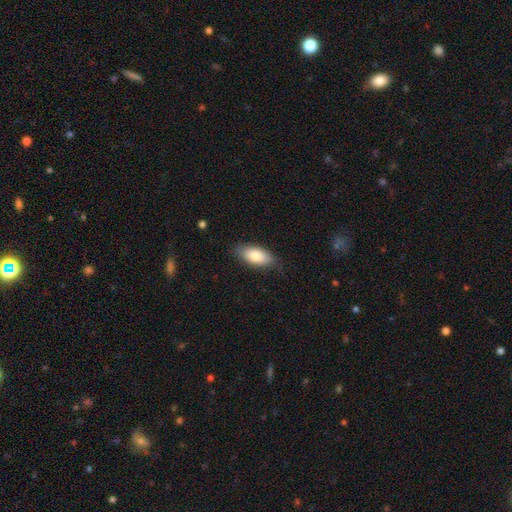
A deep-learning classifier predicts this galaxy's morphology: Smooth or featured?
  - smooth: 81% *
  - featured or disk: 13%
  - star or artifact: 6%
How rounded?
  - in between: 90% *
  - cigar-shaped: 8%
  - round: 3%
Merging?
  - none: 79% *
  - minor disturbance: 17%
  - major disturbance: 3%
  - merger: 1%